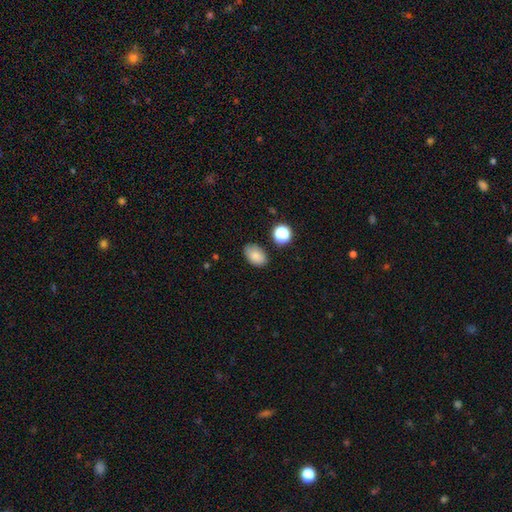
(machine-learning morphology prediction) Smooth or featured? Predicted: smooth (p=0.84). How rounded? Predicted: in between (p=0.86). Merging? Predicted: none (p=0.82).